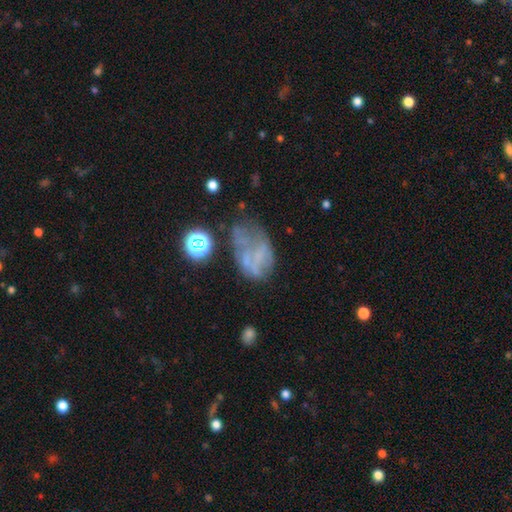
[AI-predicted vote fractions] The model was most divided on "merging": major disturbance: 34%, none: 33%, minor disturbance: 25%, merger: 9%. Remaining: smooth or featured — featured or disk (48%).